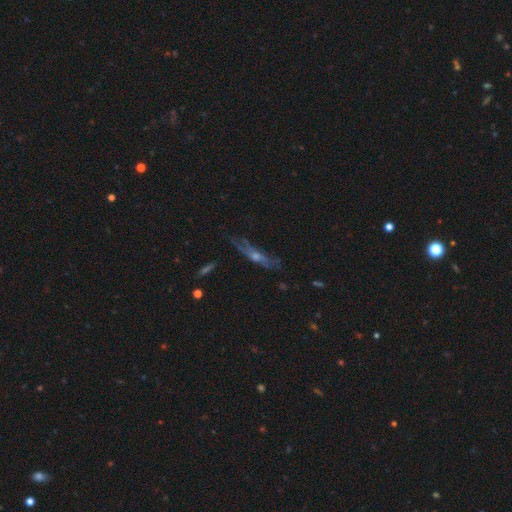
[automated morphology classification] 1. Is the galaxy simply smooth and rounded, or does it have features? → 62% featured or disk, 25% smooth, 13% star or artifact.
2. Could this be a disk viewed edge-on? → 62% yes, 38% no.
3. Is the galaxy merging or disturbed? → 63% none, 22% minor disturbance, 12% major disturbance, 3% merger.